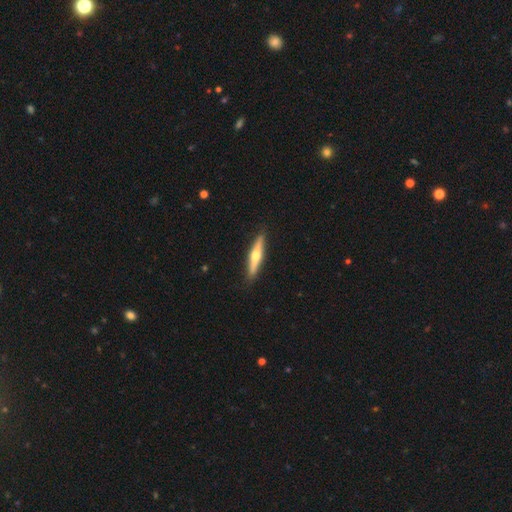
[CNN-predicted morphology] smooth-or-featured: featured or disk: 59% | smooth: 36% | star or artifact: 5%
  disk-edge-on: yes: 96% | no: 4%
    edge-on-bulge: rounded: 93% | none: 5% | boxy: 3%
  merging: none: 90% | minor disturbance: 7% | major disturbance: 1% | merger: 1%